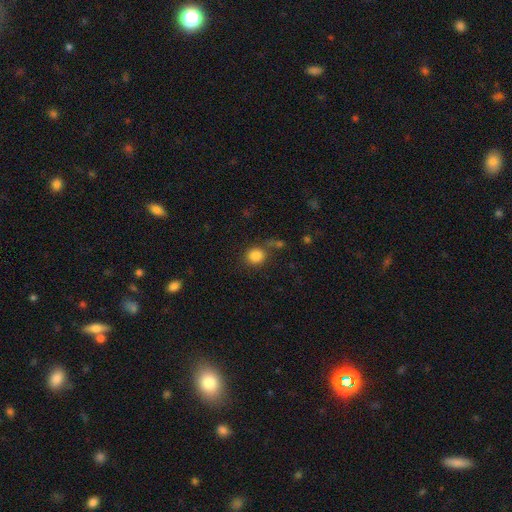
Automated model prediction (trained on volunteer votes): Q: Smooth or featured?
A: smooth (85%); runner-up: star or artifact (10%)
Q: How rounded?
A: round (85%); runner-up: in between (14%)
Q: Merging?
A: none (71%); runner-up: minor disturbance (12%)